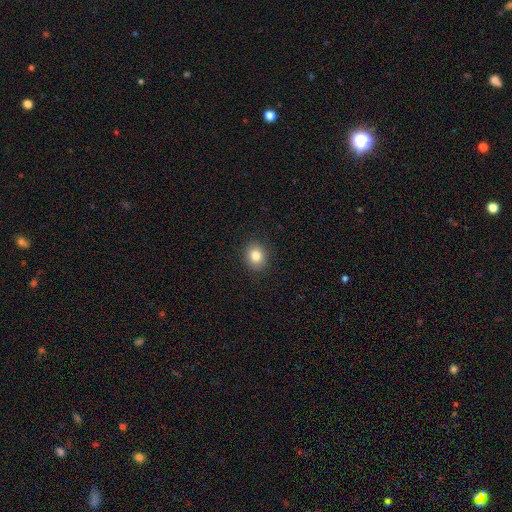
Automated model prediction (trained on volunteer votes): The model was most divided on "how rounded": round: 66%, in between: 33%, cigar-shaped: 1%. More confident: merging — none (90%); smooth or featured — smooth (83%).